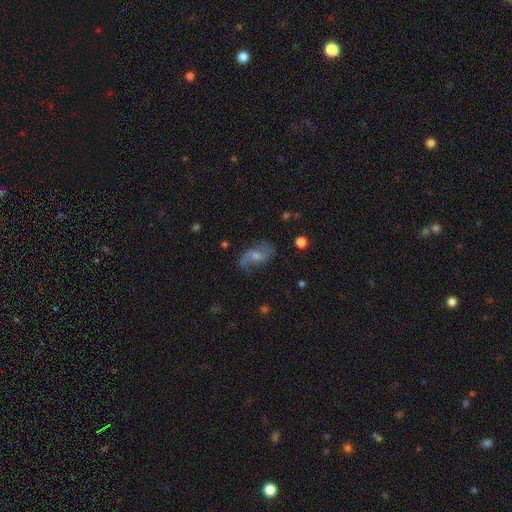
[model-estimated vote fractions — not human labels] Smooth or featured?
  - featured or disk: 74% *
  - smooth: 15%
  - star or artifact: 10%
Edge-on disk?
  - no: 95% *
  - yes: 5%
Bar?
  - no: 45% *
  - weak: 44%
  - strong: 11%
Spiral arms?
  - yes: 92% *
  - no: 8%
Spiral winding?
  - loose: 67% *
  - medium: 25%
  - tight: 7%
Spiral arm count?
  - 2: 84% *
  - 1: 7%
  - can't tell: 5%
  - 3: 1%
  - 4: 1%
  - more than 4: 1%
Bulge size?
  - small: 45% *
  - moderate: 43%
  - none: 7%
  - large: 4%
  - dominant: 1%
Merging?
  - none: 70% *
  - minor disturbance: 18%
  - major disturbance: 10%
  - merger: 2%